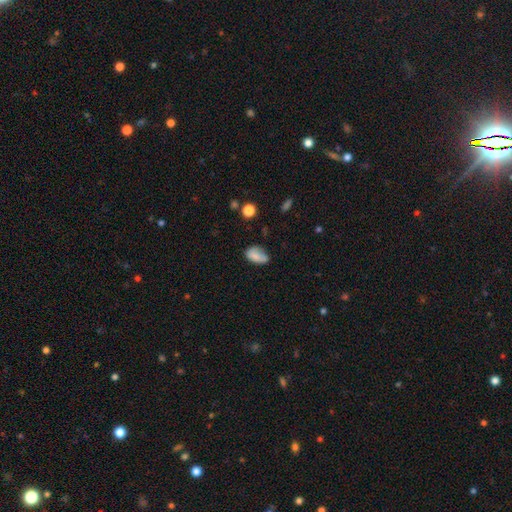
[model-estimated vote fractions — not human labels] The model was most divided on "merging": none: 53%, minor disturbance: 32%, major disturbance: 9%, merger: 6%. More confident: how rounded — in between (89%); smooth or featured — smooth (77%).